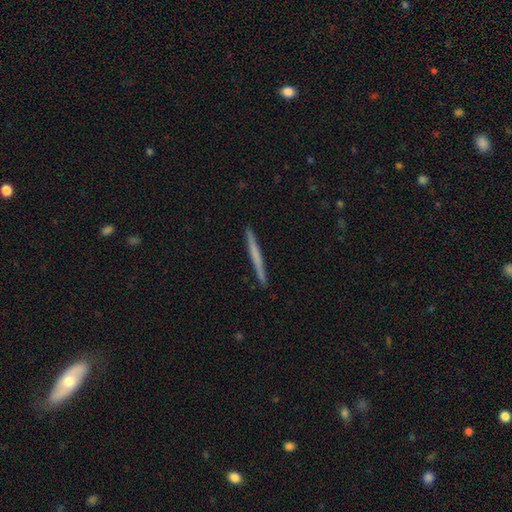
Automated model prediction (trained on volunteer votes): smooth_or_featured: smooth (p=0.54) [alt: featured or disk p=0.40]
how_rounded: cigar-shaped (p=0.97) [alt: in between p=0.01]
merging: none (p=0.92) [alt: minor disturbance p=0.05]